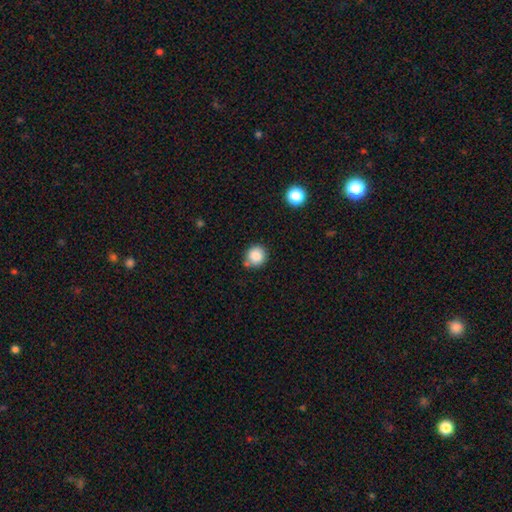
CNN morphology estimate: type=smooth (85%); roundness=round (91%); merging=none (76%).